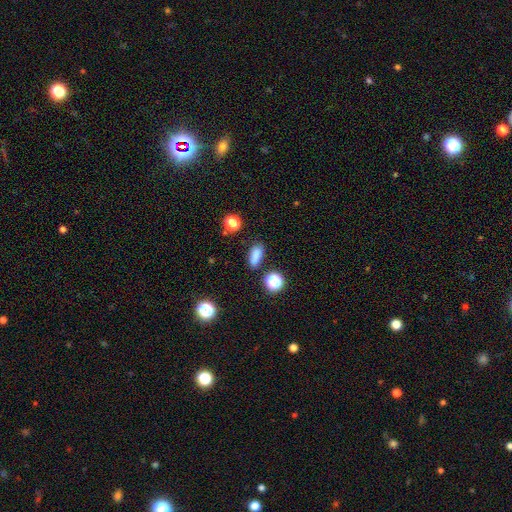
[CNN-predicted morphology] Smooth or featured? Predicted: smooth (p=0.81). How rounded? Predicted: in between (p=0.72). Merging? Predicted: none (p=0.79).